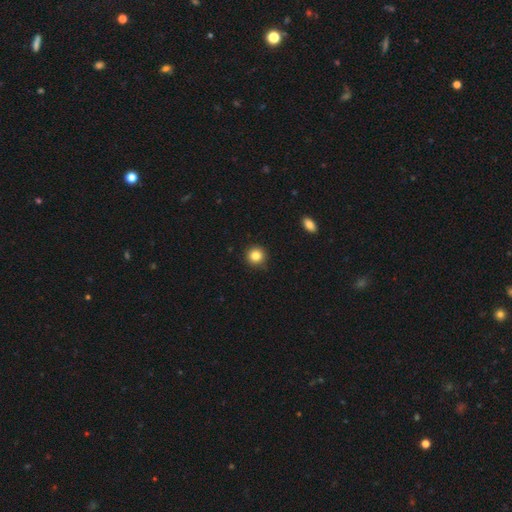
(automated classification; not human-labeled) Smooth or featured?
  - smooth: 85% *
  - star or artifact: 11%
  - featured or disk: 5%
How rounded?
  - round: 94% *
  - in between: 6%
  - cigar-shaped: 1%
Merging?
  - none: 90% *
  - minor disturbance: 7%
  - major disturbance: 2%
  - merger: 1%